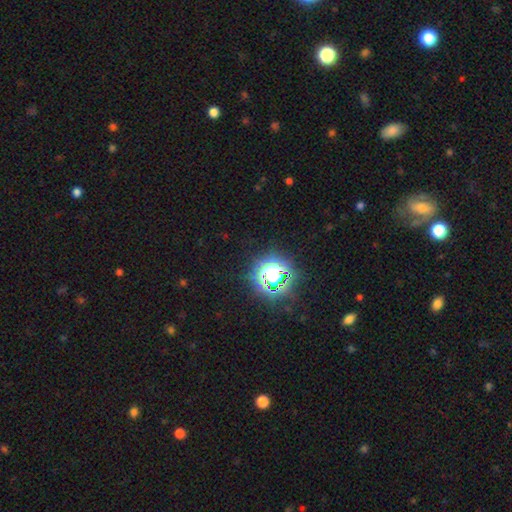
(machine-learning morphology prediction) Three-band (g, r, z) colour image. It shows a star or artifact, not a galaxy (78%).